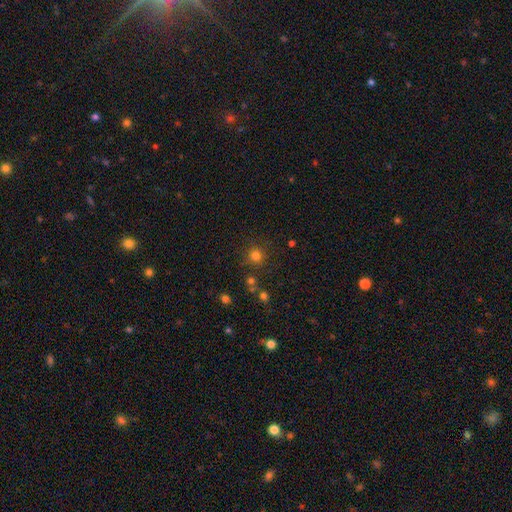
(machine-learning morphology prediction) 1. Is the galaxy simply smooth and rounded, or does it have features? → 78% smooth, 17% star or artifact, 6% featured or disk.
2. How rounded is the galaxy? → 94% round, 5% in between, 1% cigar-shaped.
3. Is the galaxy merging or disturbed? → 85% none, 8% minor disturbance, 5% merger, 3% major disturbance.